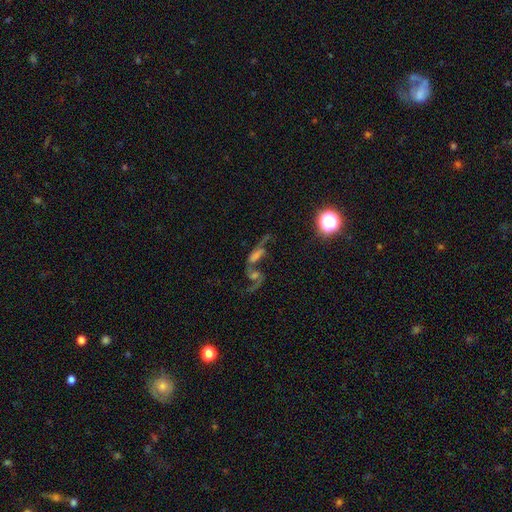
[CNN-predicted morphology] Smooth or featured?
  - featured or disk: 57% *
  - smooth: 22%
  - star or artifact: 21%
Edge-on disk?
  - no: 90% *
  - yes: 10%
Bar?
  - no: 53% *
  - weak: 30%
  - strong: 16%
Spiral arms?
  - yes: 76% *
  - no: 24%
Bulge size?
  - none: 35% *
  - moderate: 26%
  - small: 24%
  - large: 12%
  - dominant: 4%
Merging?
  - merger: 52% *
  - none: 24%
  - major disturbance: 15%
  - minor disturbance: 9%